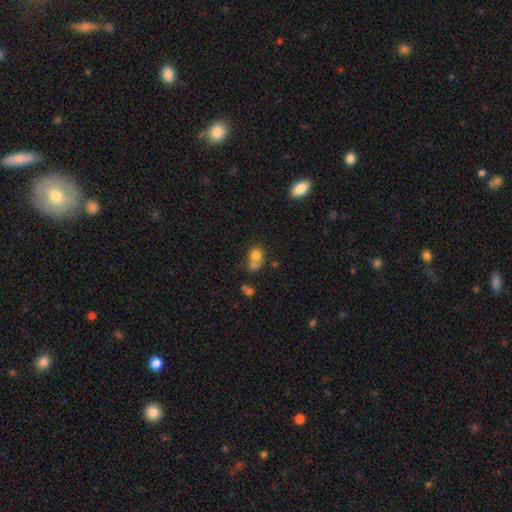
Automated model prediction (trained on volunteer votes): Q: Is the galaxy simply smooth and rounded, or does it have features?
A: smooth — 74%.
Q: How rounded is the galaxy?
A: round — 54%.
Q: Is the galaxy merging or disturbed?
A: merger — 40%.